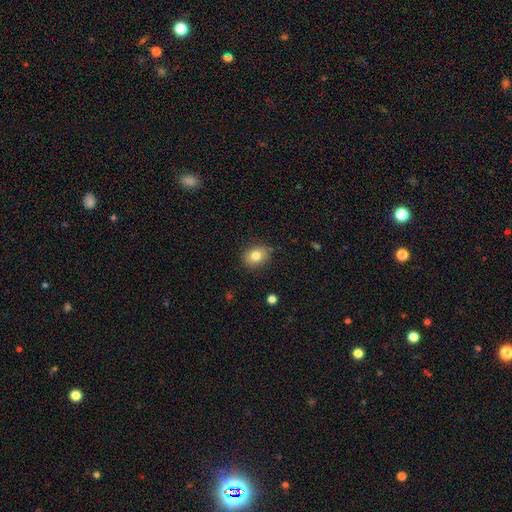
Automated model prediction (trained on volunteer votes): smooth 81%, featured or disk 10%, star or artifact 10%. Down the decision tree: how rounded — round (58%); merging — none (84%).